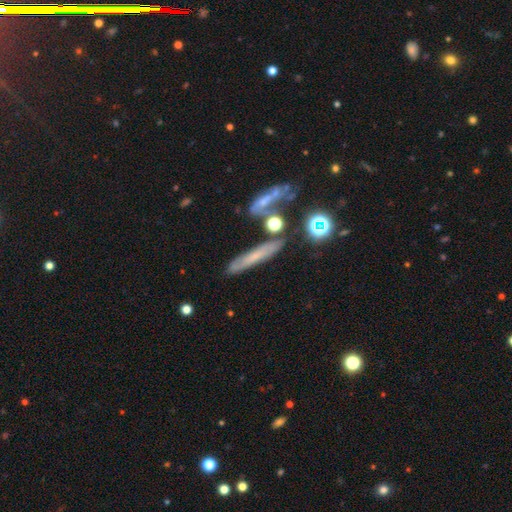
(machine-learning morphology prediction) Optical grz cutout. It shows a smooth galaxy with no disk features (50%) that is cigar-shaped (80%). Merging: none (69%).